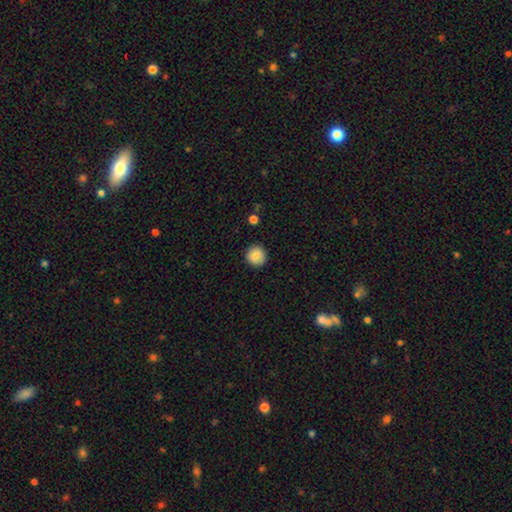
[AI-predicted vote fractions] Smooth or featured?
  - smooth: 86% *
  - star or artifact: 8%
  - featured or disk: 6%
How rounded?
  - round: 94% *
  - in between: 5%
  - cigar-shaped: 1%
Merging?
  - none: 91% *
  - minor disturbance: 6%
  - major disturbance: 2%
  - merger: 1%